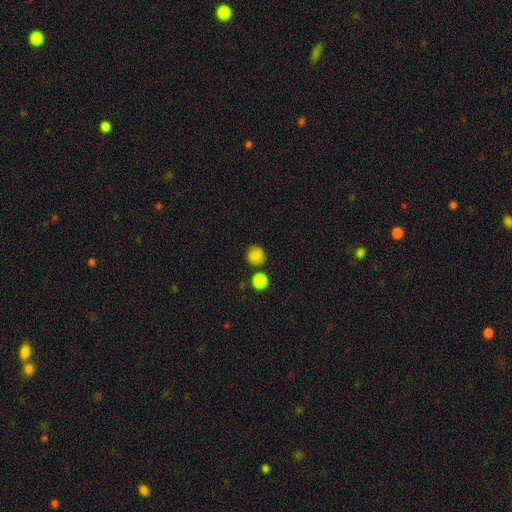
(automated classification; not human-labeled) The model was most divided on "merging": none: 77%, minor disturbance: 11%, merger: 9%, major disturbance: 3%. More confident: how rounded — round (90%); smooth or featured — smooth (85%).